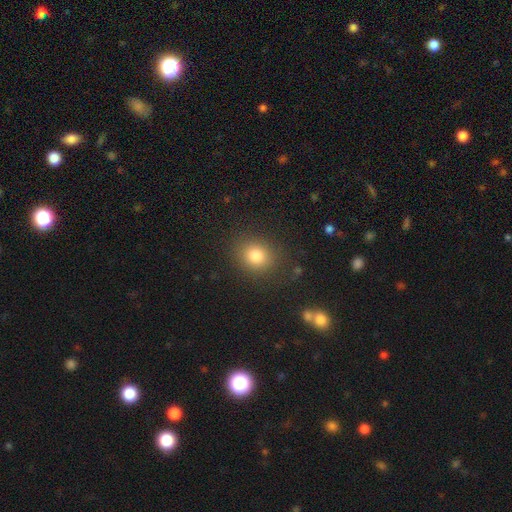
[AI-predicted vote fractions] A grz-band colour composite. It shows a smooth galaxy with no disk features (81%) that is round (70%). Merging: none (83%).